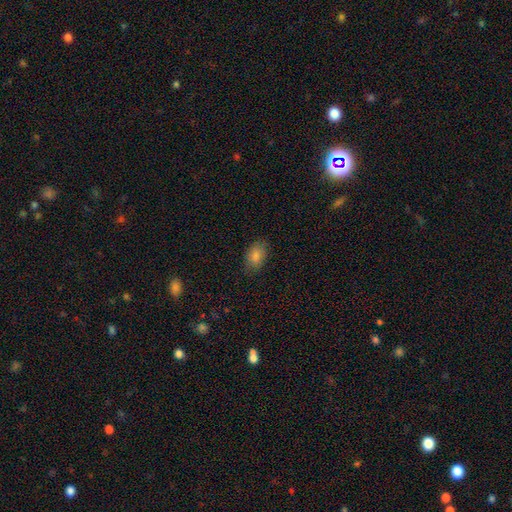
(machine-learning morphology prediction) Overall: smooth (82%). How rounded: in between (86%). Merging: none (83%).